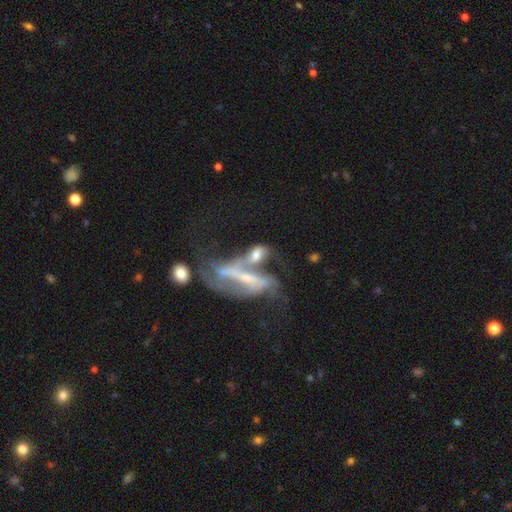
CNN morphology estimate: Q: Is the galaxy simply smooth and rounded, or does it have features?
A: featured or disk — 64%.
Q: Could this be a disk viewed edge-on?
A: no — 86%.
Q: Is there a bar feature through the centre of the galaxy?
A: no — 44%.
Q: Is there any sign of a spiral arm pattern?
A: yes — 54%.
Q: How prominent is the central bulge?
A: small — 38%.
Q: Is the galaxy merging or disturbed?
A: merger — 52%.